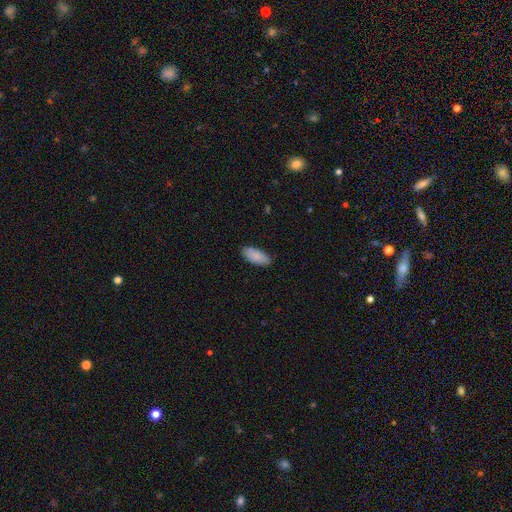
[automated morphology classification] Smooth or featured? Predicted: smooth (p=0.89). How rounded? Predicted: in between (p=0.89). Merging? Predicted: none (p=0.86).